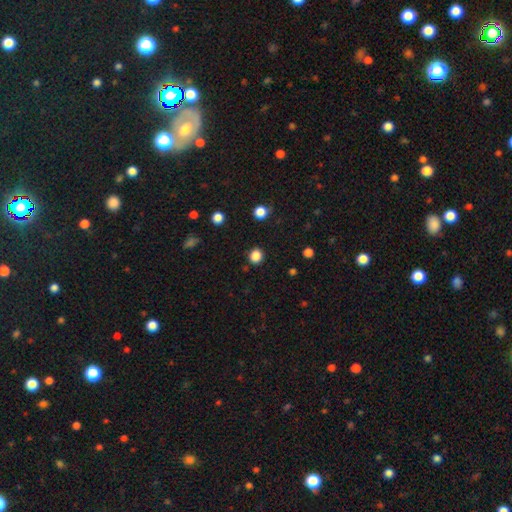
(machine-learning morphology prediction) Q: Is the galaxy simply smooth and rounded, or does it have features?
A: smooth — 85%.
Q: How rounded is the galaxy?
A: round — 78%.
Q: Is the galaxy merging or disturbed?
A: none — 89%.